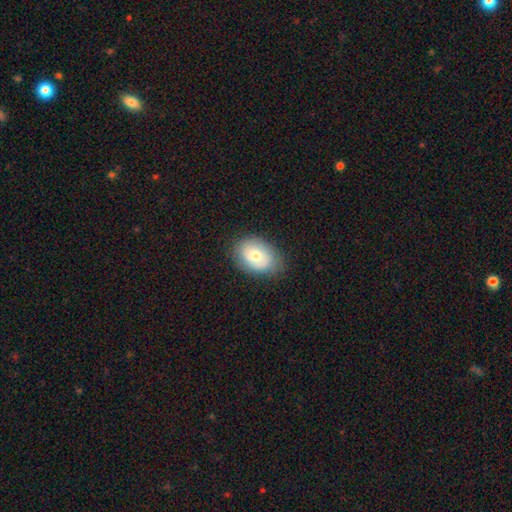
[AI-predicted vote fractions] This appears to be a smooth galaxy with no disk features (69%) that is in between round and cigar-shaped (77%). Merging: none (78%).